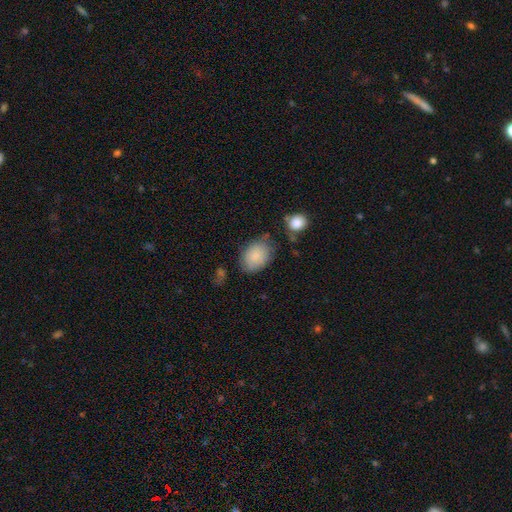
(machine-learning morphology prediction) A smooth galaxy with no disk features (85%) that is in between round and cigar-shaped (77%). Merging: none (68%).